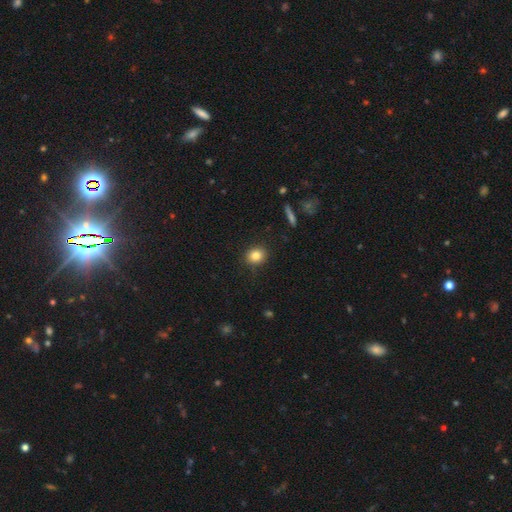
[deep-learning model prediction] smooth-or-featured: smooth: 82% | star or artifact: 10% | featured or disk: 8%
  how-rounded: round: 73% | in between: 26% | cigar-shaped: 1%
  merging: none: 89% | minor disturbance: 8% | major disturbance: 2% | merger: 1%